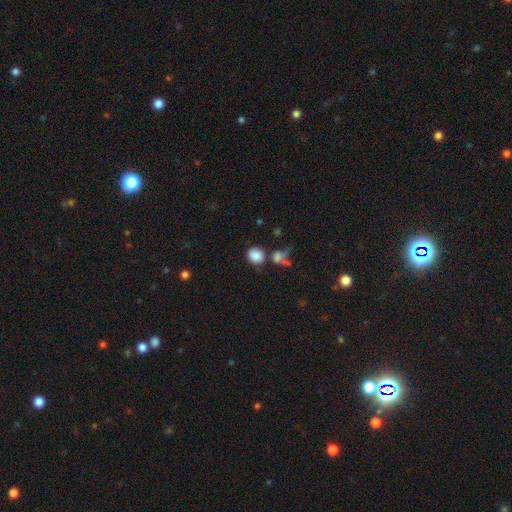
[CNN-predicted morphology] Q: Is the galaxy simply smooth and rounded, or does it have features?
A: smooth — 85%.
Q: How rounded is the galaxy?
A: round — 82%.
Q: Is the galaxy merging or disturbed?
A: none — 62%.